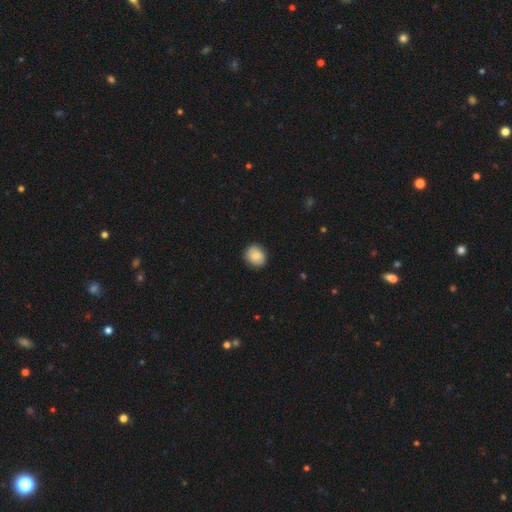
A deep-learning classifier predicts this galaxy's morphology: Overall: smooth (83%). How rounded: round (73%). Merging: none (86%).